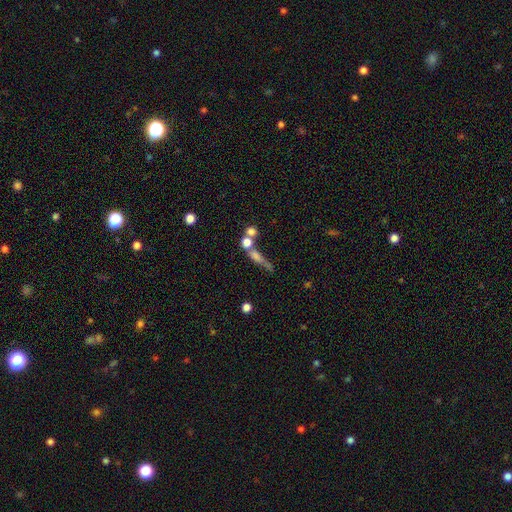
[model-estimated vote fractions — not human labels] This is possibly a smooth galaxy (51%). How rounded: possibly cigar-shaped (52%). Merging: marginally none (39%).